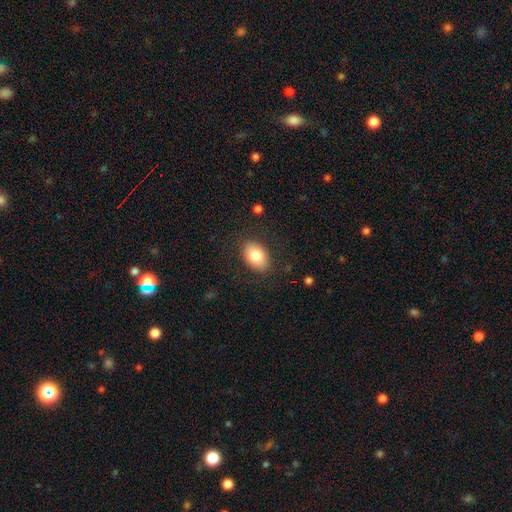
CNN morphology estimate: Smooth or featured? Predicted: smooth (p=0.82). How rounded? Predicted: in between (p=0.86). Merging? Predicted: none (p=0.85).